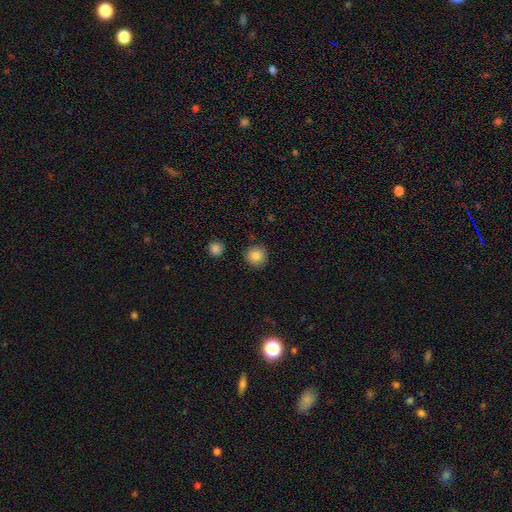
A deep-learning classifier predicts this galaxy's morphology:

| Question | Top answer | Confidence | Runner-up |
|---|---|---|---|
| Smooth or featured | smooth | 86% | star or artifact (9%) |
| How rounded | round | 93% | in between (6%) |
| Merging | none | 89% | minor disturbance (7%) |